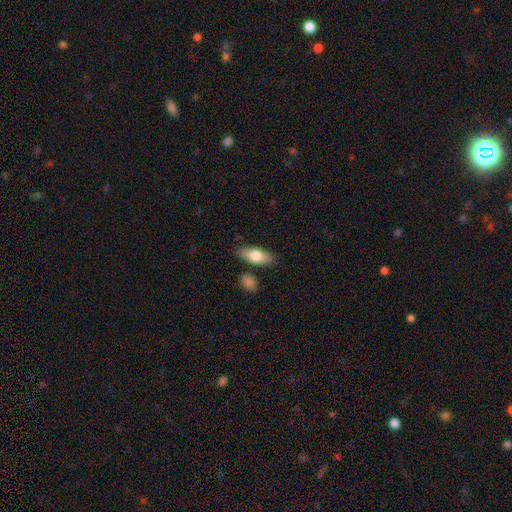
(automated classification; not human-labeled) Smooth or featured?
  - smooth: 74% *
  - featured or disk: 21%
  - star or artifact: 6%
How rounded?
  - in between: 77% *
  - cigar-shaped: 20%
  - round: 3%
Merging?
  - none: 82% *
  - minor disturbance: 11%
  - merger: 5%
  - major disturbance: 2%